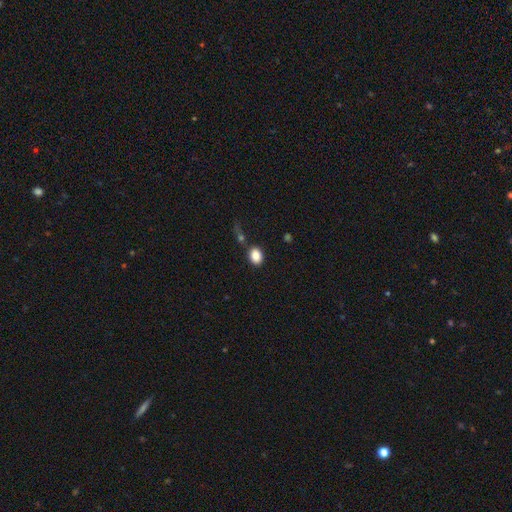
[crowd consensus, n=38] A smooth galaxy with no disk features (92%) that is in between round and cigar-shaped (74%). Merging: none (71%).